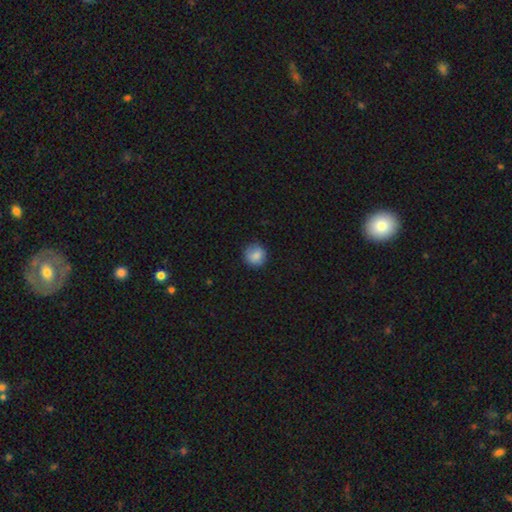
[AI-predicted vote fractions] Morphology: type=smooth (85%); roundness=round (91%); merging=none (84%).